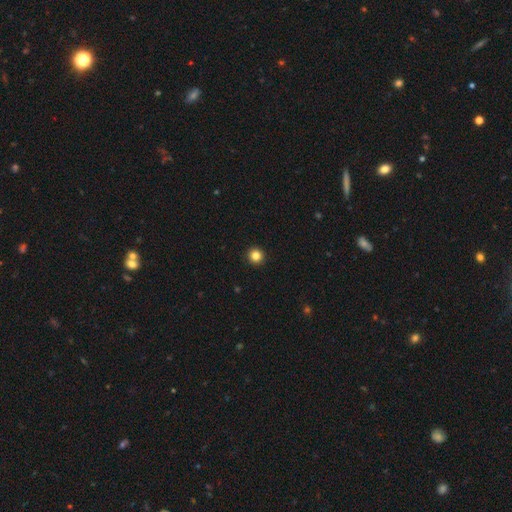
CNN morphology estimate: Smooth or featured?
  - smooth: 84% *
  - star or artifact: 11%
  - featured or disk: 4%
How rounded?
  - round: 95% *
  - in between: 4%
  - cigar-shaped: 1%
Merging?
  - none: 94% *
  - minor disturbance: 4%
  - major disturbance: 1%
  - merger: 1%